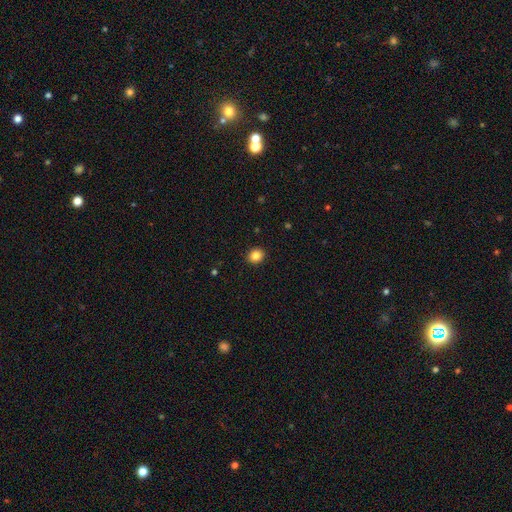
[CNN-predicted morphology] This appears to be a smooth galaxy with no disk features (84%) that is round (71%). Merging: none (92%).